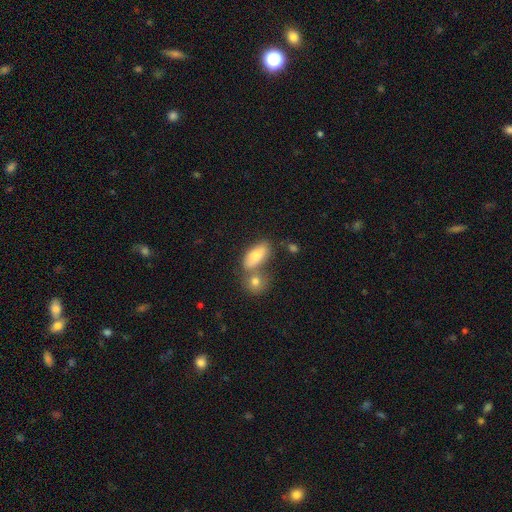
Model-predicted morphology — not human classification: Smooth or featured? smooth (75%)
How rounded? in between (83%)
Merging? none (49%)